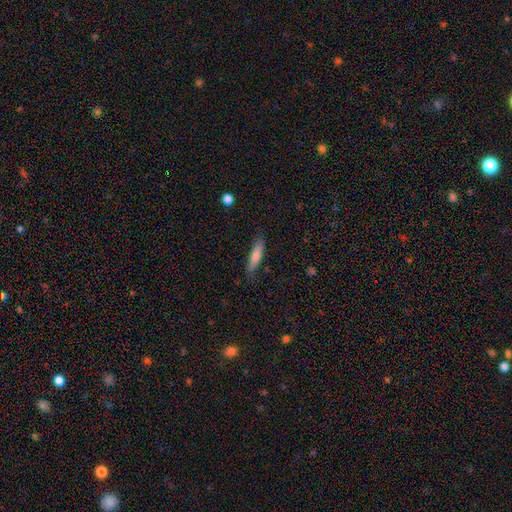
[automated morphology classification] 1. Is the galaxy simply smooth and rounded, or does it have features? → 79% smooth, 15% featured or disk, 6% star or artifact.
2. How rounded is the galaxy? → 76% cigar-shaped, 23% in between, 1% round.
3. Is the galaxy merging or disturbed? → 81% none, 15% minor disturbance, 3% major disturbance, 1% merger.